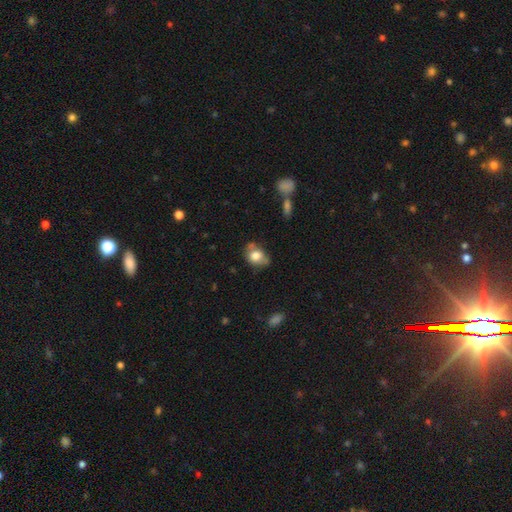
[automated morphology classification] A smooth galaxy with no disk features (70%) that is in between round and cigar-shaped (62%). Merging: none (53%).